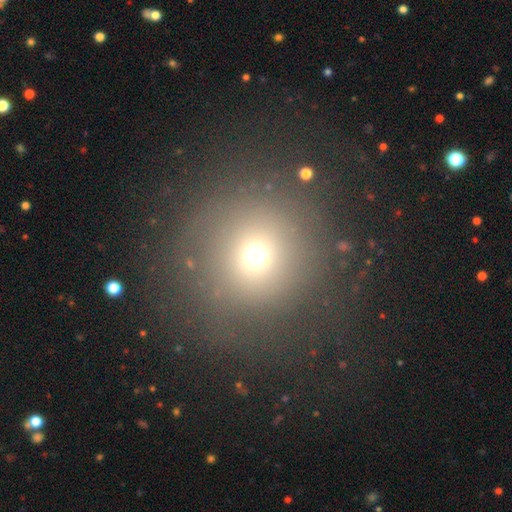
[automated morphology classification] The model was most divided on "smooth or featured": smooth: 65%, star or artifact: 23%, featured or disk: 12%. More confident: how rounded — round (94%); merging — none (78%).